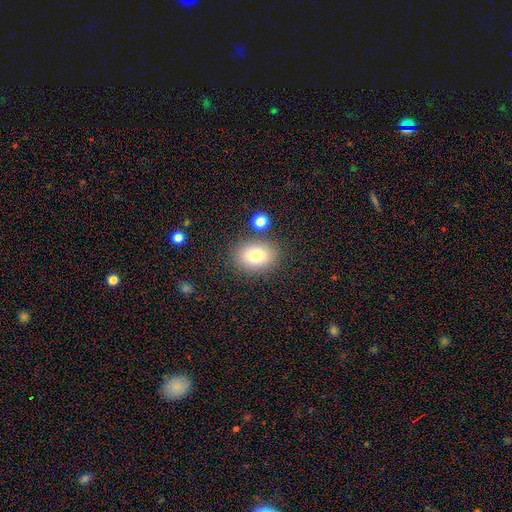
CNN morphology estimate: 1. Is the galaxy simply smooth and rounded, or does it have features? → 78% smooth, 11% featured or disk, 11% star or artifact.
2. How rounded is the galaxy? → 61% in between, 38% round, 1% cigar-shaped.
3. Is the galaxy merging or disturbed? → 81% none, 10% minor disturbance, 6% merger, 3% major disturbance.